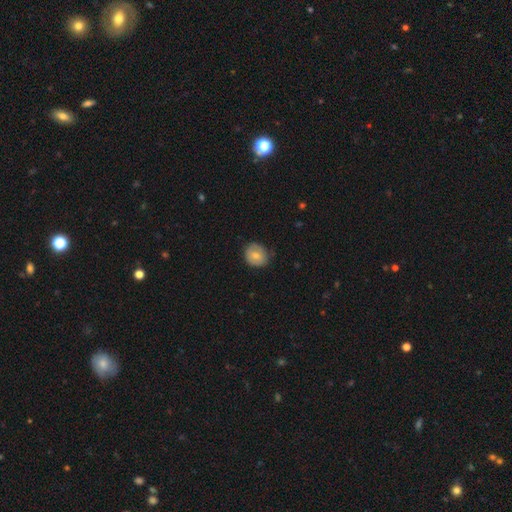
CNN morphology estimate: This is likely a smooth galaxy (70%). How rounded: likely round (72%). Merging: likely none (74%).